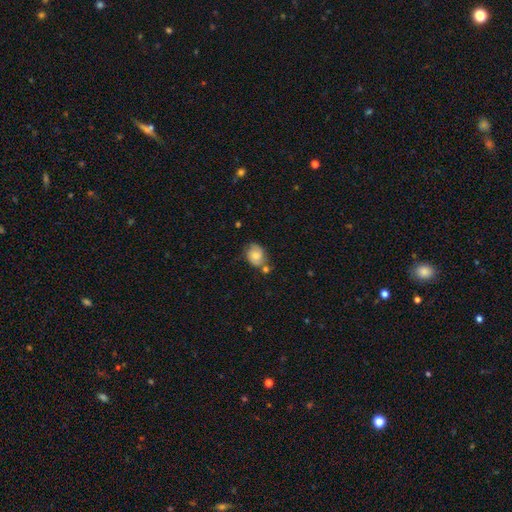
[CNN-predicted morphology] type=smooth (55%); roundness=in between (49%, tied with round); merging=none (55%).